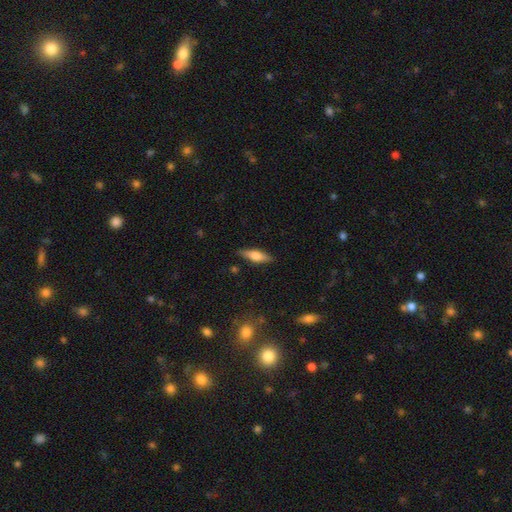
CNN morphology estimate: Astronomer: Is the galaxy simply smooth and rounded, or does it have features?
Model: smooth — 51% (runner-up: featured or disk, 43%).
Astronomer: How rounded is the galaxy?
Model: cigar-shaped — 56% (runner-up: in between, 42%).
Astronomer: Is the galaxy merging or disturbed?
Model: none — 86%.